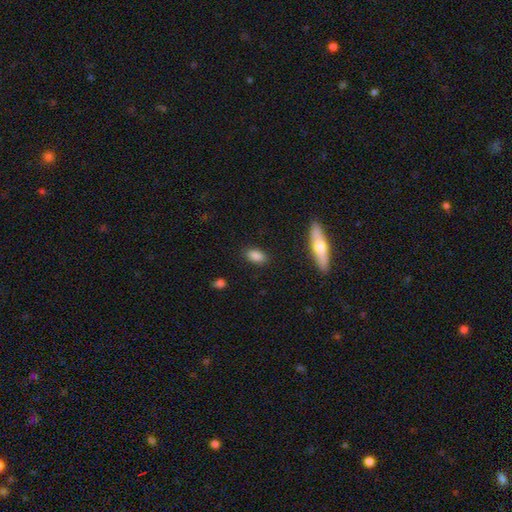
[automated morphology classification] smooth-or-featured: smooth: 86% | star or artifact: 8% | featured or disk: 6%
  how-rounded: in between: 87% | round: 7% | cigar-shaped: 6%
  merging: none: 86% | minor disturbance: 10% | major disturbance: 2% | merger: 2%